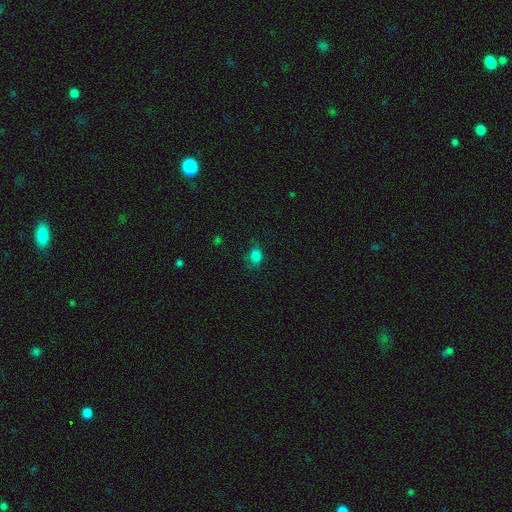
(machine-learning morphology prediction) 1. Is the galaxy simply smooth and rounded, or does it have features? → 80% smooth, 14% star or artifact, 6% featured or disk.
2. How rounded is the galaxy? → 53% in between, 46% round, 2% cigar-shaped.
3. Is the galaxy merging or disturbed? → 62% none, 26% minor disturbance, 10% major disturbance, 2% merger.